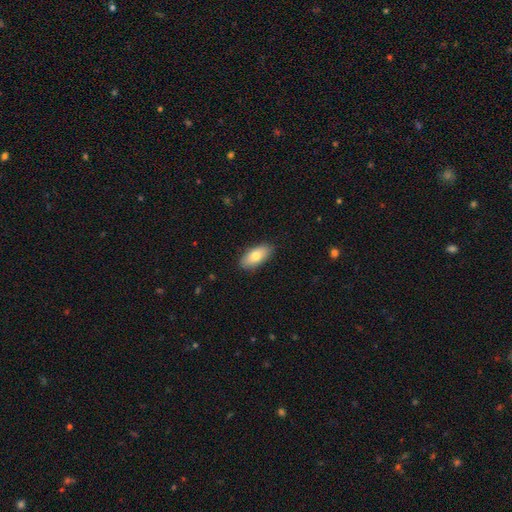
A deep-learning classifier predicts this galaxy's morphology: Smooth or featured?
  - smooth: 76% *
  - featured or disk: 17%
  - star or artifact: 6%
How rounded?
  - in between: 89% *
  - cigar-shaped: 8%
  - round: 3%
Merging?
  - none: 87% *
  - minor disturbance: 10%
  - major disturbance: 2%
  - merger: 1%